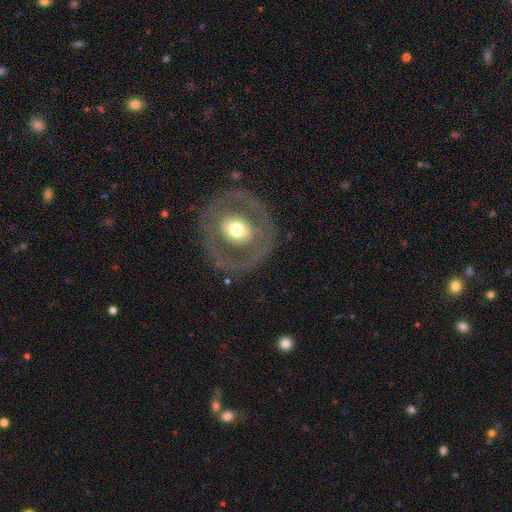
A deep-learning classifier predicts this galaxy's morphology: A featured or disk galaxy (64%) with no bar (61%), no spiral arms (73%) and a moderate central bulge (65%).

Vote fractions:
- Smooth or featured? featured or disk: 64% / smooth: 28% / star or artifact: 8%
- Edge-on disk? no: 93% / yes: 7%
- Bar? no: 61% / weak: 24% / strong: 15%
- Spiral arms? no: 73% / yes: 27%
- Bulge size? moderate: 65% / large: 22% / small: 10% / dominant: 2% / none: 1%
- Merging? none: 80% / minor disturbance: 12% / major disturbance: 7% / merger: 2%